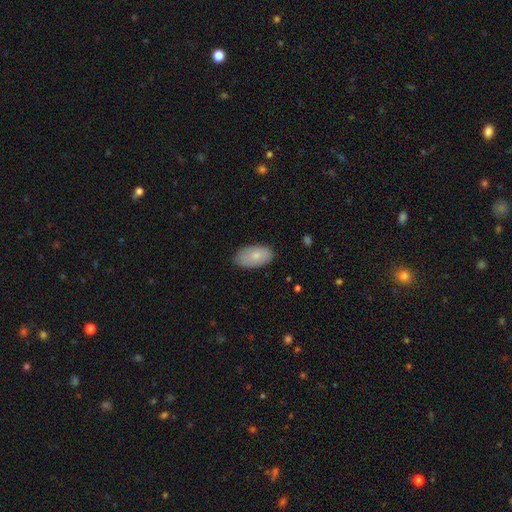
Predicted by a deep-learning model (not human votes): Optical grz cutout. It shows a smooth galaxy with no disk features (79%) that is in between round and cigar-shaped (94%). Merging: none (83%).